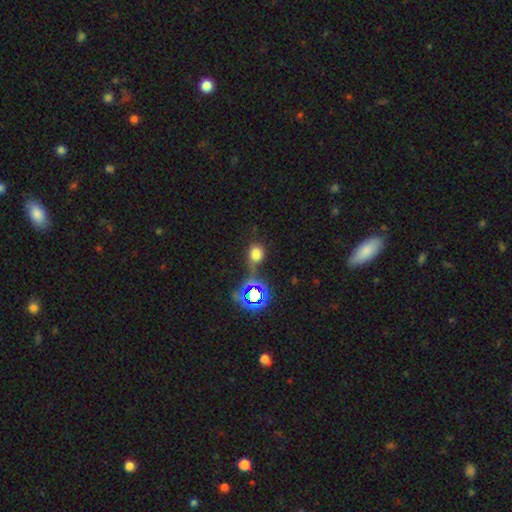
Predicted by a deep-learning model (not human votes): A smooth galaxy with no disk features (64%) that is round (69%). Merging: none (54%).